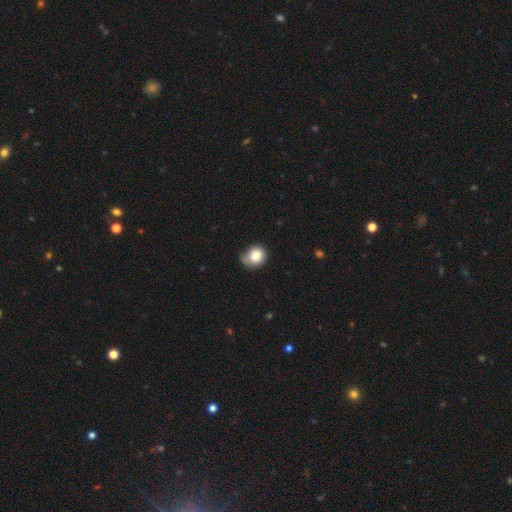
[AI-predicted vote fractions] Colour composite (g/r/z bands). It shows a smooth galaxy with no disk features (83%) that is round (77%). Merging: none (56%).